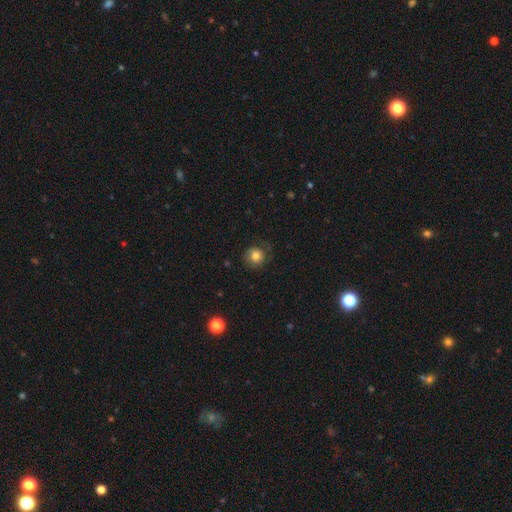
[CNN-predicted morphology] Smooth or featured? Predicted: smooth (p=0.81). How rounded? Predicted: round (p=0.91). Merging? Predicted: none (p=0.76).